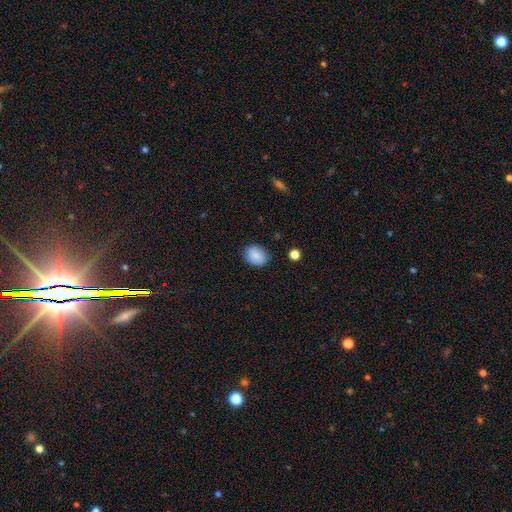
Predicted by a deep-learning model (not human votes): Smooth or featured? Predicted: smooth (p=0.84). How rounded? Predicted: in between (p=0.53). Merging? Predicted: none (p=0.84).